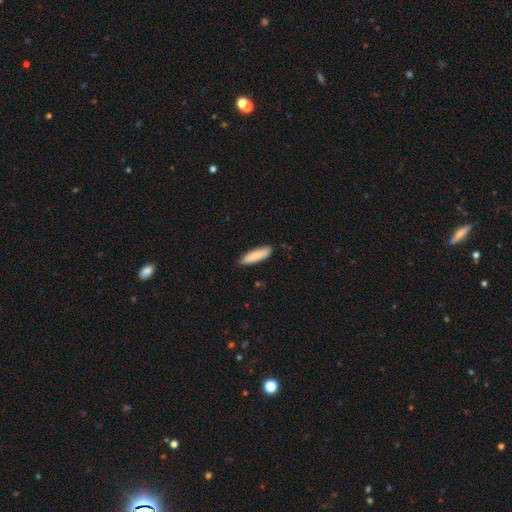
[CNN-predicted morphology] Smooth or featured: smooth — 85% (featured or disk — 9%)
How rounded: cigar-shaped — 63% (in between — 36%)
Merging: none — 86% (minor disturbance — 11%)